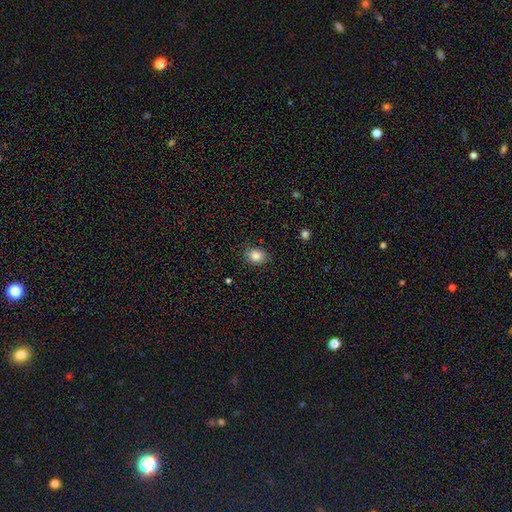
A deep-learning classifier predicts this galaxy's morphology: The model was most divided on "how rounded": in between: 56%, round: 43%, cigar-shaped: 1%. More confident: merging — none (86%); smooth or featured — smooth (85%).